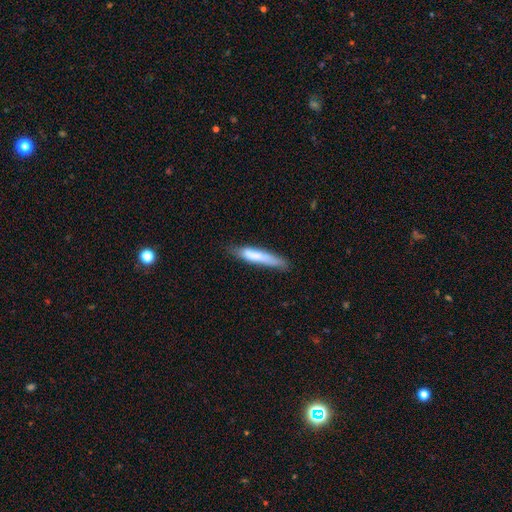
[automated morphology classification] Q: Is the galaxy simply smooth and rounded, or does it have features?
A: smooth — 76%.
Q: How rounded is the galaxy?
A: cigar-shaped — 88%.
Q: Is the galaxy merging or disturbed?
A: none — 70%.